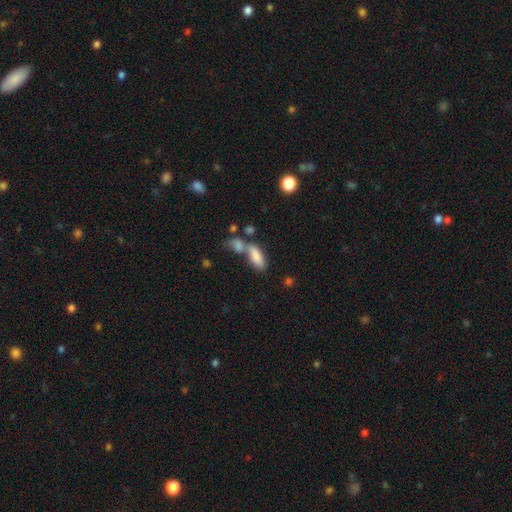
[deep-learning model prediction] Smooth or featured? smooth (82%)
How rounded? in between (77%)
Merging? merger (50%)